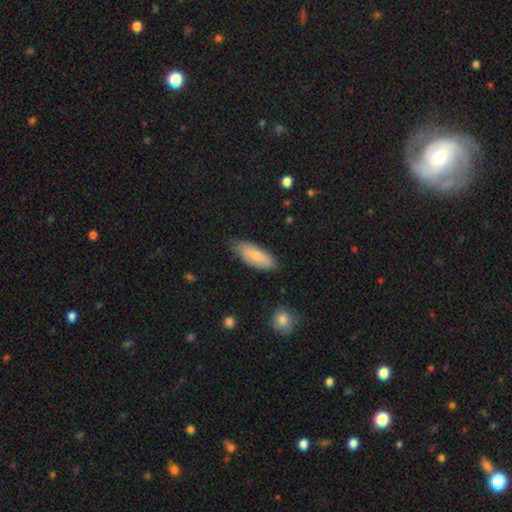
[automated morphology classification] A smooth galaxy with no disk features (75%) that is in between round and cigar-shaped (78%).

Vote fractions:
- Smooth or featured? smooth: 75% / featured or disk: 19% / star or artifact: 6%
- How rounded? in between: 78% / cigar-shaped: 20% / round: 2%
- Merging? none: 77% / minor disturbance: 19% / major disturbance: 3% / merger: 2%